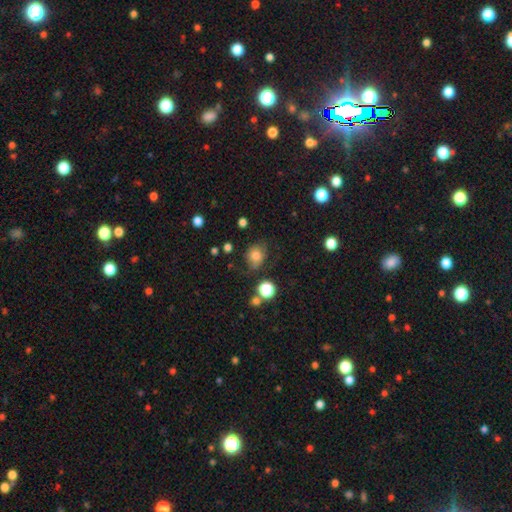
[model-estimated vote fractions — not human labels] Smooth or featured: smooth — 76% (star or artifact — 13%)
How rounded: round — 61% (in between — 38%)
Merging: none — 64% (minor disturbance — 23%)